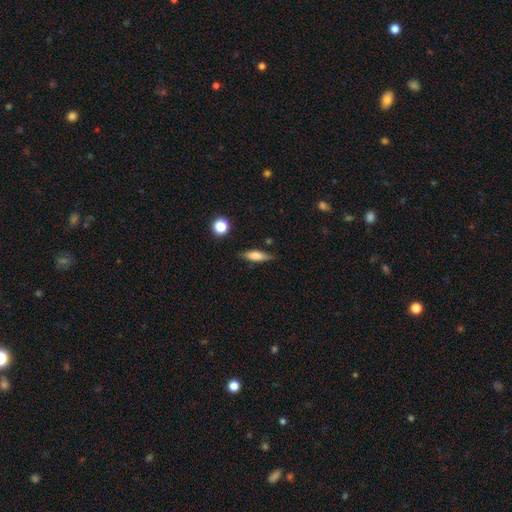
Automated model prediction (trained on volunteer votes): Smooth or featured? smooth (67%)
How rounded? cigar-shaped (55%)
Merging? none (80%)